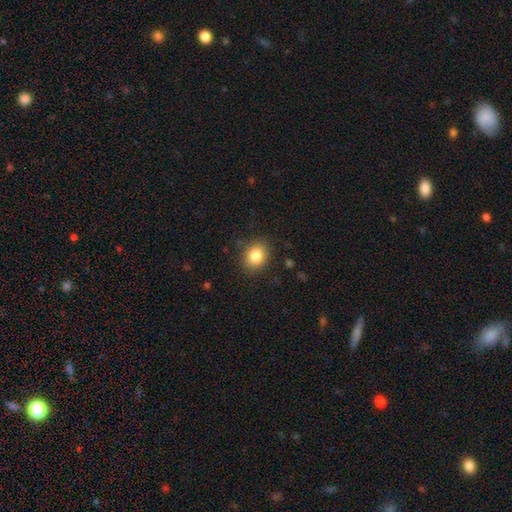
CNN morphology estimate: This is clearly a smooth galaxy (85%). How rounded: possibly round (53%). Merging: clearly none (85%).